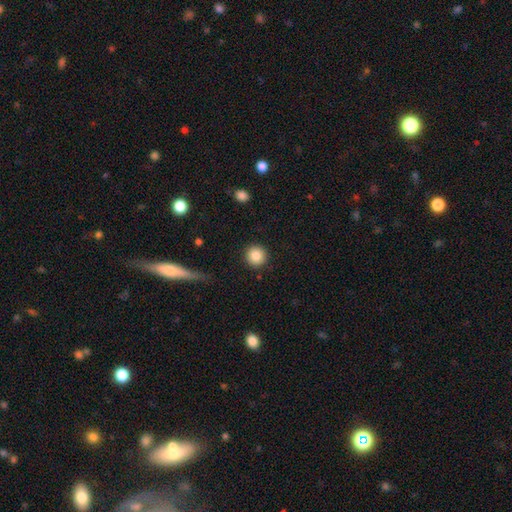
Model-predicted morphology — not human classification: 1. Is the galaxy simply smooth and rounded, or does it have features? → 86% smooth, 9% star or artifact, 5% featured or disk.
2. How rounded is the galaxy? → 95% round, 4% in between, 1% cigar-shaped.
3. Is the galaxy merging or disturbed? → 91% none, 6% minor disturbance, 2% major disturbance, 1% merger.